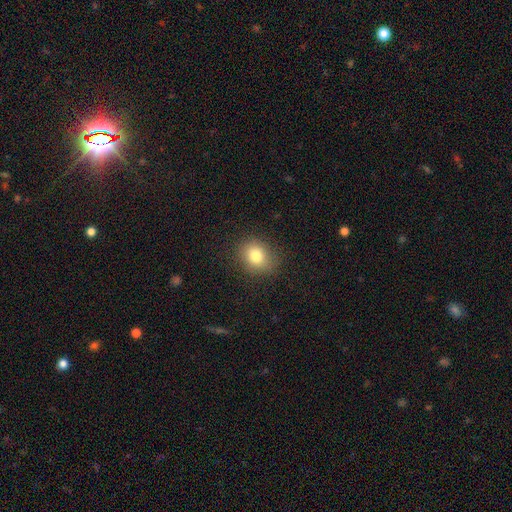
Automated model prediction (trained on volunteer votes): The model was most divided on "how rounded": round: 61%, in between: 38%, cigar-shaped: 1%. More confident: merging — none (85%); smooth or featured — smooth (80%).